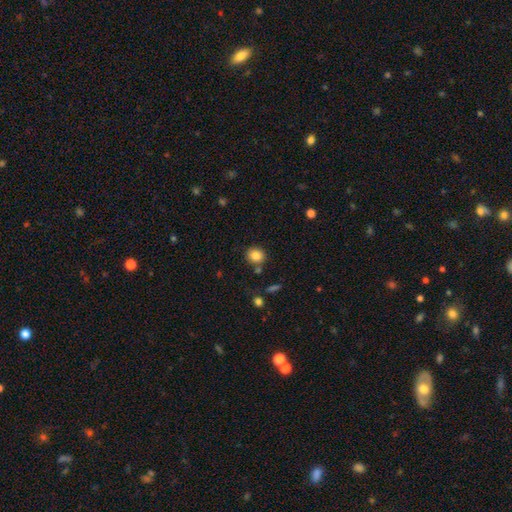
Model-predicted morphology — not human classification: Overall: smooth (84%). How rounded: round (75%). Merging: none (80%).